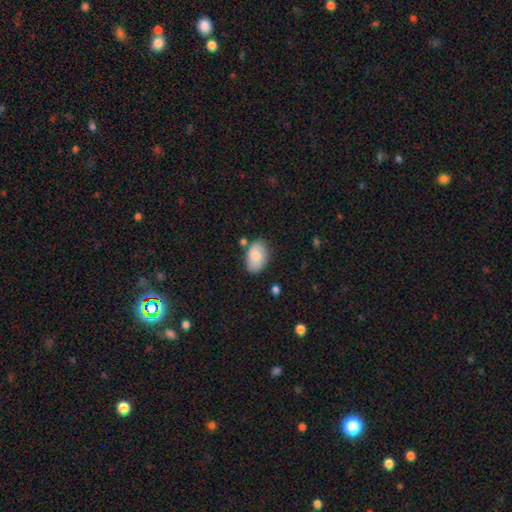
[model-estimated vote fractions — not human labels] smooth_or_featured: smooth (p=0.80) [alt: featured or disk p=0.13]
how_rounded: in between (p=0.91) [alt: round p=0.08]
merging: none (p=0.72) [alt: minor disturbance p=0.19]